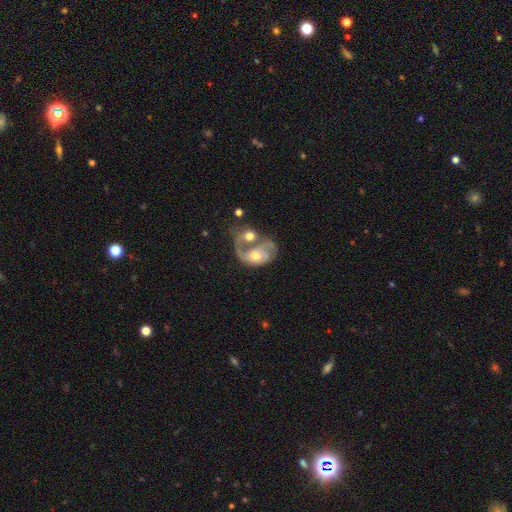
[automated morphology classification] type=featured or disk (74%); edge-on=no (97%); bar=no (71%); spiral arms=yes (86%); winding=medium (42%); arm count=2 (50%); bulge=moderate (64%); merging=merger (63%).